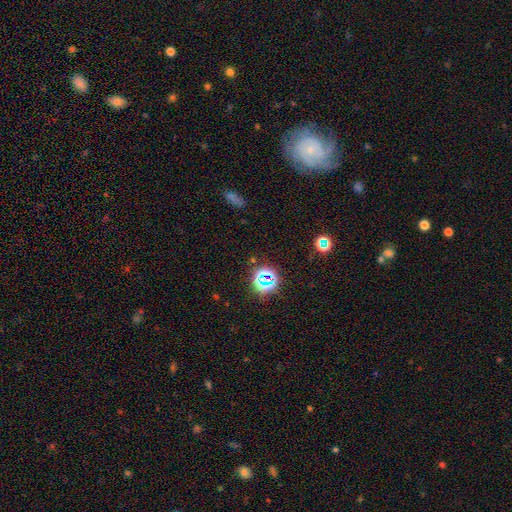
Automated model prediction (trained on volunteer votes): This is possibly a star or artifact rather than a galaxy (52%).